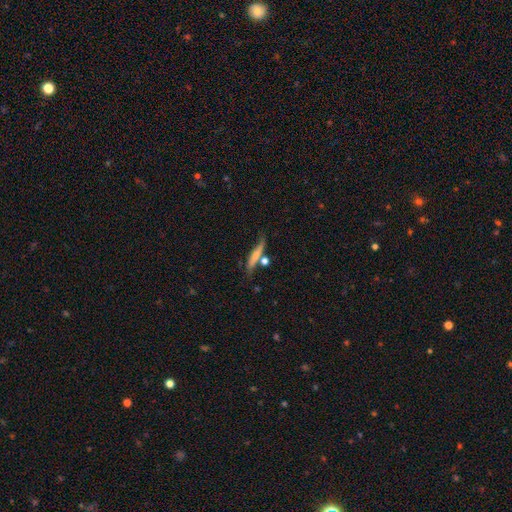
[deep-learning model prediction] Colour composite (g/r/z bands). It shows a smooth galaxy with no disk features (55%) that is cigar-shaped (86%). Merging: none (60%).